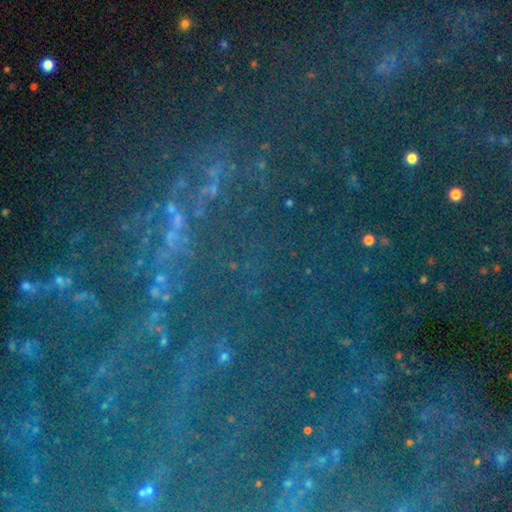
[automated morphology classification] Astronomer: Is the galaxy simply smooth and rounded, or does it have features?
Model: star or artifact — 81%.